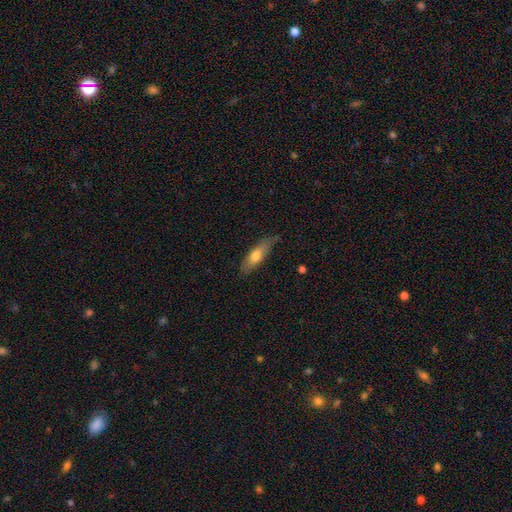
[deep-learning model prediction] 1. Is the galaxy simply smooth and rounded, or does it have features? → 67% smooth, 28% featured or disk, 6% star or artifact.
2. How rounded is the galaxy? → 52% cigar-shaped, 46% in between, 2% round.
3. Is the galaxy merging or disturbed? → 72% none, 22% minor disturbance, 4% major disturbance, 2% merger.